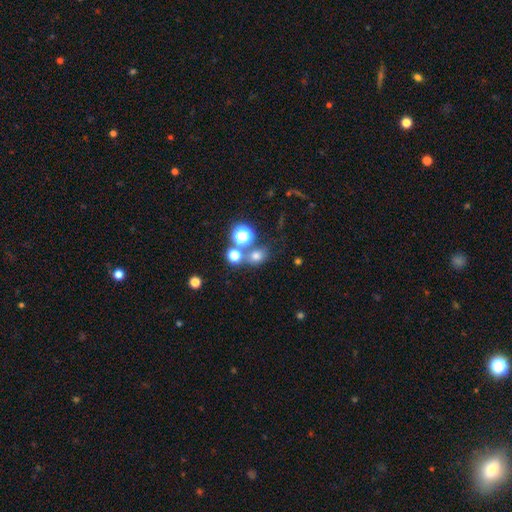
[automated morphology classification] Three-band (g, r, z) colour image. It shows a smooth galaxy with no disk features (66%) that is round (65%). Merging: none (59%).